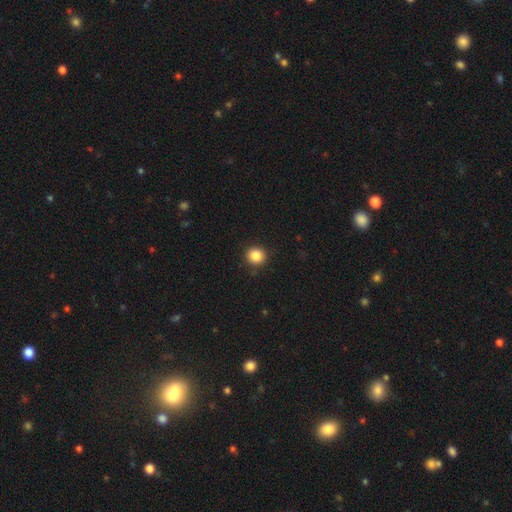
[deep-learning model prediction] smooth 86%, star or artifact 10%, featured or disk 4%. Down the decision tree: how rounded — round (90%); merging — none (89%).